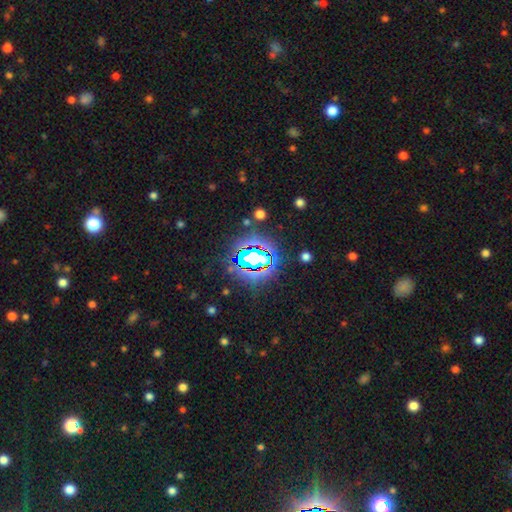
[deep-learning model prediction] Morphology: type=star or artifact (76%).